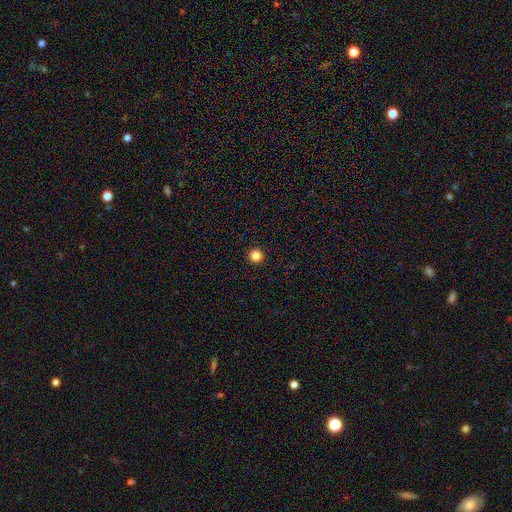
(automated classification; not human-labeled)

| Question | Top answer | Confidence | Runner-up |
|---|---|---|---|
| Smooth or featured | smooth | 85% | star or artifact (12%) |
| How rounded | round | 97% | in between (2%) |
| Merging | none | 94% | minor disturbance (3%) |